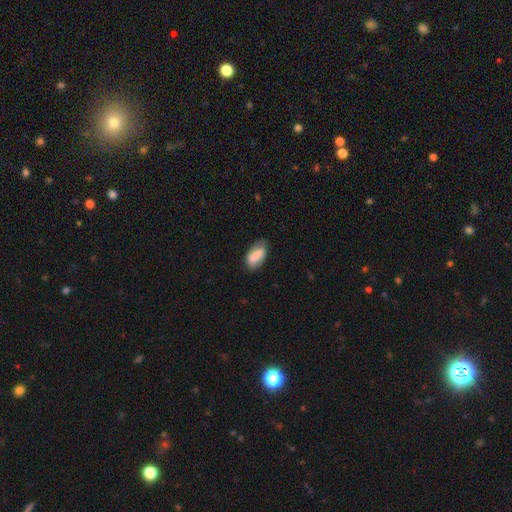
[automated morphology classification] Smooth or featured? Predicted: smooth (p=0.78). How rounded? Predicted: in between (p=0.87). Merging? Predicted: none (p=0.67).